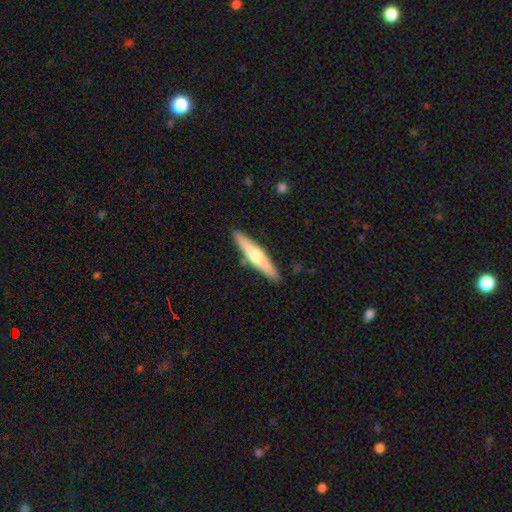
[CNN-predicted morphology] This appears to be a featured or disk galaxy (53%) viewed edge-on (94%). Merging: none (88%).